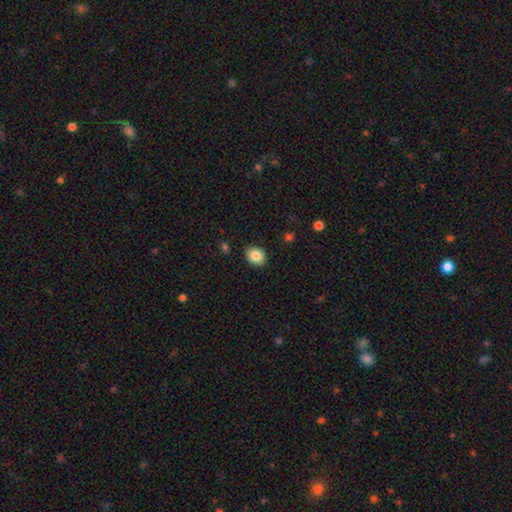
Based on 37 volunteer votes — Smooth or featured?
  - smooth: 89% *
  - featured or disk: 5%
  - star or artifact: 5%
How rounded?
  - round: 76% *
  - in between: 24%
  - cigar-shaped: 0%
Merging?
  - none: 80% *
  - minor disturbance: 14%
  - major disturbance: 6%
  - merger: 0%